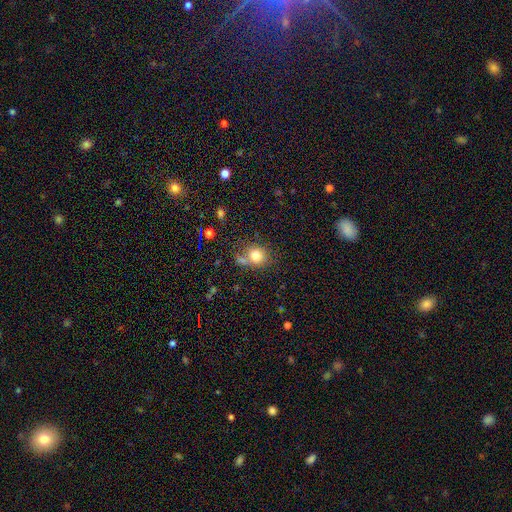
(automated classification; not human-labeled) This is likely a smooth galaxy (79%). How rounded: likely round (72%). Merging: possibly none (55%).